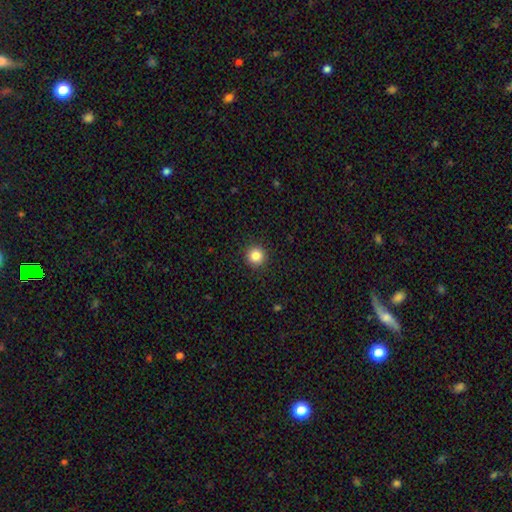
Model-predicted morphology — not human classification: Q: Smooth or featured?
A: smooth (85%); runner-up: star or artifact (11%)
Q: How rounded?
A: round (95%); runner-up: in between (4%)
Q: Merging?
A: none (93%); runner-up: minor disturbance (5%)